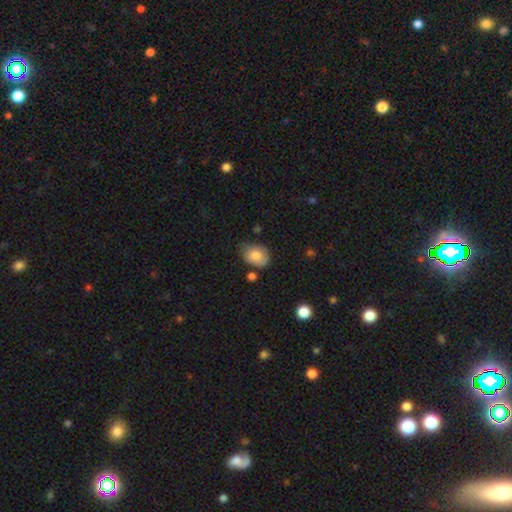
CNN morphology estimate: smooth-or-featured: smooth: 78% | featured or disk: 15% | star or artifact: 7%
  how-rounded: in between: 73% | round: 26% | cigar-shaped: 1%
  merging: none: 57% | minor disturbance: 31% | major disturbance: 7% | merger: 5%